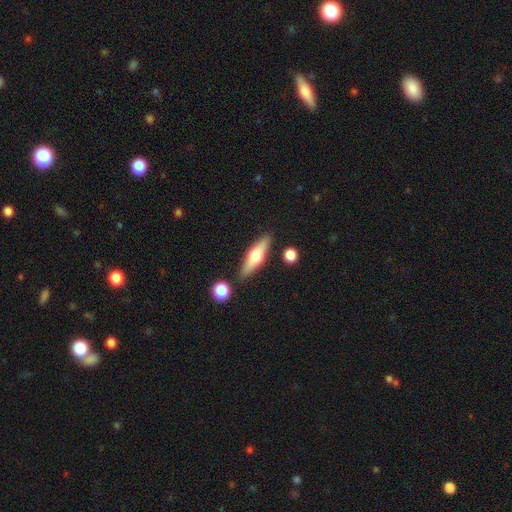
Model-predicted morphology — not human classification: A smooth galaxy with no disk features (49%).

Vote fractions:
- Smooth or featured? smooth: 49% / featured or disk: 45% / star or artifact: 6%
- Merging? none: 84% / minor disturbance: 10% / merger: 4% / major disturbance: 2%